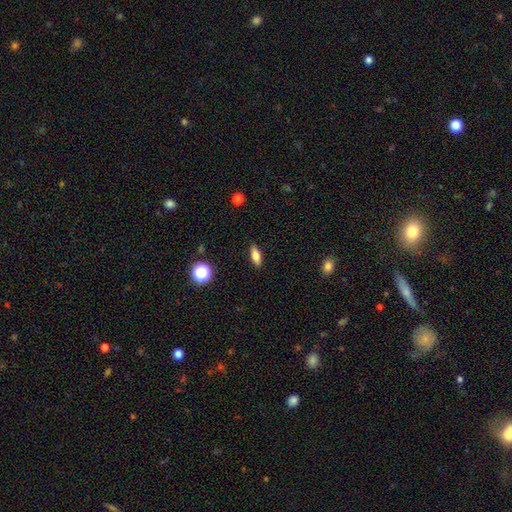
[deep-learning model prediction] smooth_or_featured: smooth (p=0.74) [alt: featured or disk p=0.17]
how_rounded: in between (p=0.71) [alt: cigar-shaped p=0.23]
merging: none (p=0.88) [alt: minor disturbance p=0.08]